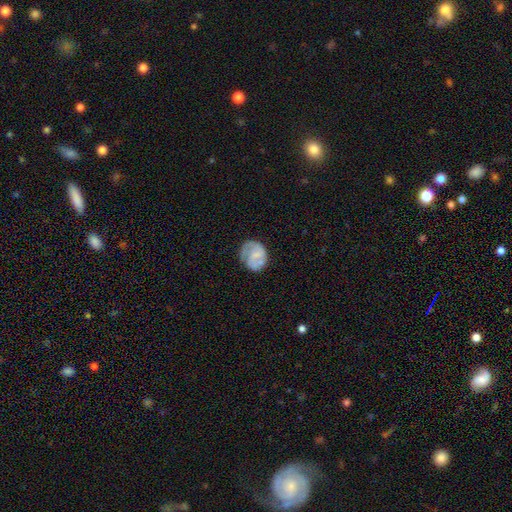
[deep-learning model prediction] Smooth or featured?
  - featured or disk: 51% *
  - smooth: 42%
  - star or artifact: 7%
Edge-on disk?
  - no: 98% *
  - yes: 2%
Bar?
  - no: 65% *
  - weak: 28%
  - strong: 6%
Spiral arms?
  - yes: 73% *
  - no: 27%
Bulge size?
  - none: 41% *
  - small: 35%
  - moderate: 19%
  - large: 3%
  - dominant: 1%
Merging?
  - none: 53% *
  - minor disturbance: 28%
  - major disturbance: 16%
  - merger: 3%